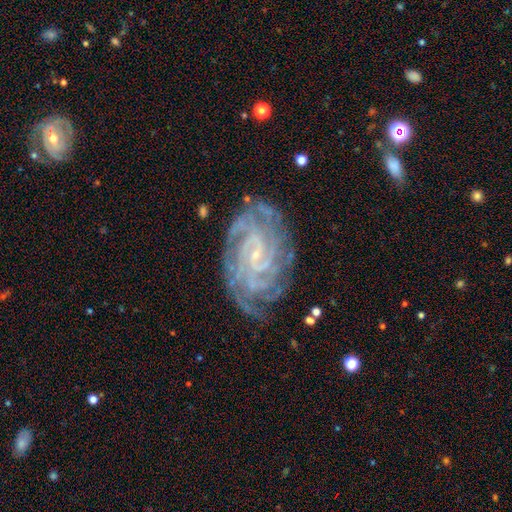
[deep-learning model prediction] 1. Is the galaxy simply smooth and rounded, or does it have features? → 90% featured or disk, 6% star or artifact, 4% smooth.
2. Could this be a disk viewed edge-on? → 97% no, 3% yes.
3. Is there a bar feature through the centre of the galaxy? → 42% no, 39% weak, 19% strong.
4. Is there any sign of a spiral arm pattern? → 98% yes, 2% no.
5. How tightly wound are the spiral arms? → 81% tight, 17% medium, 2% loose.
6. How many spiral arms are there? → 27% 4, 18% more than 4, 17% can't tell, 15% 3, 14% 2, 8% 1.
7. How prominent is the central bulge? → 84% small, 8% moderate, 6% none, 1% large, 1% dominant.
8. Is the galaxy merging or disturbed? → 77% none, 16% minor disturbance, 5% major disturbance, 2% merger.